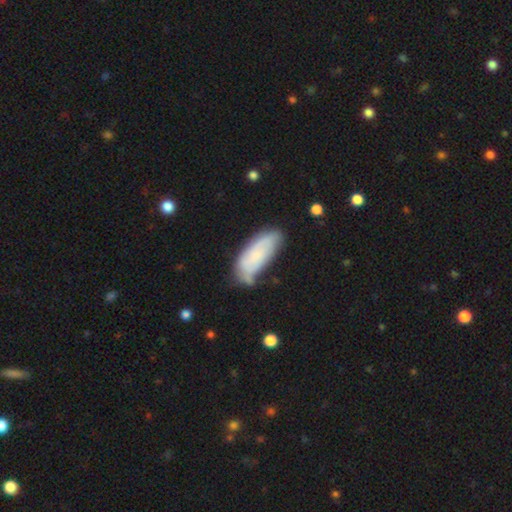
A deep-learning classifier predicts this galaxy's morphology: smooth-or-featured: smooth: 69% | featured or disk: 24% | star or artifact: 7%
  how-rounded: in between: 79% | cigar-shaped: 19% | round: 2%
  merging: none: 55% | minor disturbance: 30% | major disturbance: 9% | merger: 6%